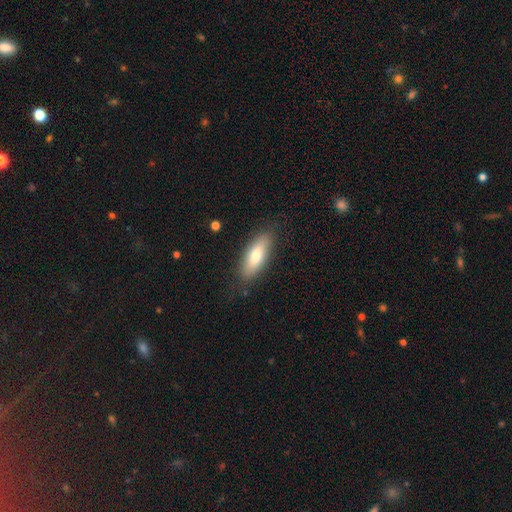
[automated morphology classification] Smooth or featured? smooth (74%)
How rounded? in between (65%)
Merging? none (84%)